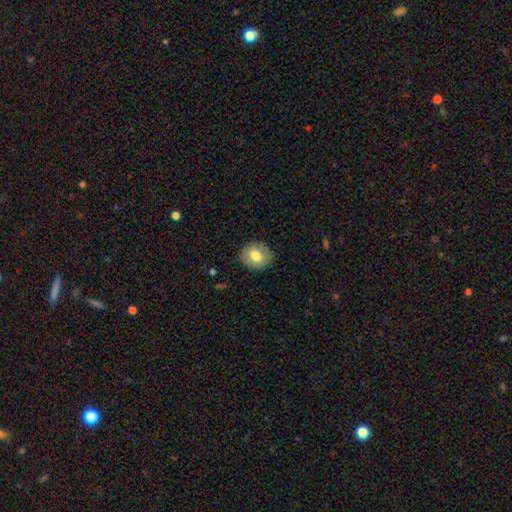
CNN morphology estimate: Overall: smooth (72%). How rounded: round (64%; in between 35%). Merging: none (88%).